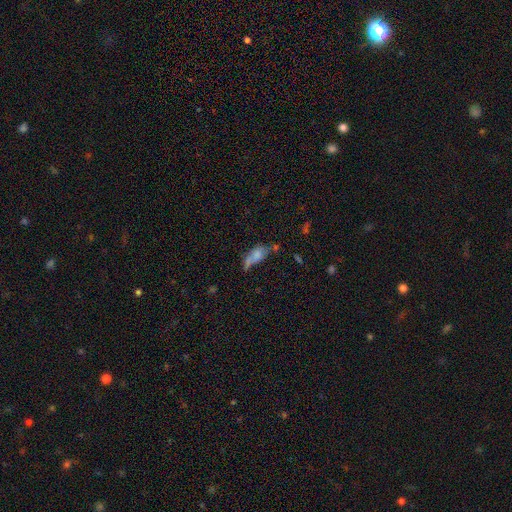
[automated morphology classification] Smooth or featured?
  - smooth: 59% *
  - featured or disk: 29%
  - star or artifact: 13%
How rounded?
  - in between: 76% *
  - cigar-shaped: 16%
  - round: 8%
Merging?
  - major disturbance: 26% * (tied)
  - none: 26% * (tied)
  - merger: 26% * (tied)
  - minor disturbance: 23%